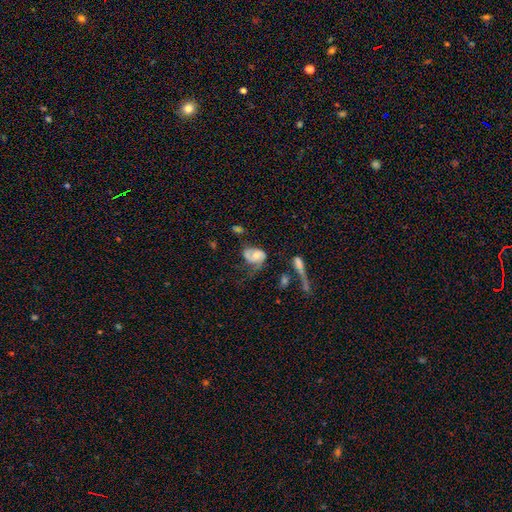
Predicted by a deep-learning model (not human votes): Smooth or featured? Predicted: featured or disk (p=0.66). Edge-on disk? Predicted: no (p=0.97). Bar? Predicted: no (p=0.73). Spiral arms? Predicted: yes (p=0.83). Spiral winding? Predicted: medium (p=0.36, tied with loose). Spiral arm count? Predicted: 2 (p=0.59). Bulge size? Predicted: moderate (p=0.59). Merging? Predicted: major disturbance (p=0.38).